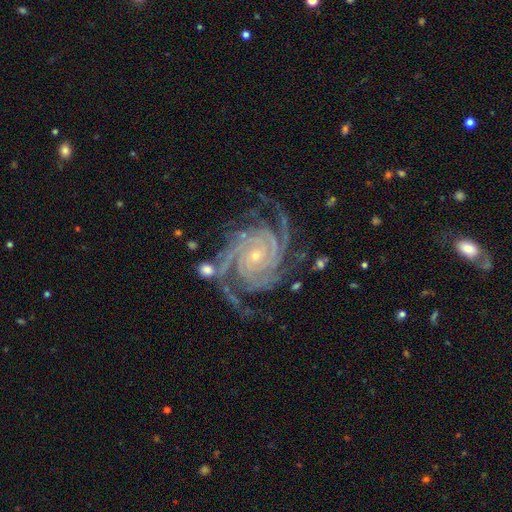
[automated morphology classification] Smooth or featured? featured or disk (93%)
Edge-on disk? no (98%)
Bar? no (69%)
Spiral arms? yes (99%)
Spiral winding? tight (77%)
Spiral arm count? 4 (34%)
Bulge size? small (80%)
Merging? none (67%)